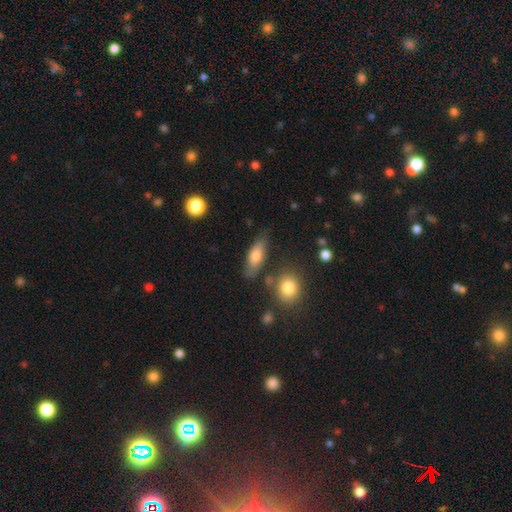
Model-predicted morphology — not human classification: Smooth or featured? Predicted: smooth (p=0.69). How rounded? Predicted: in between (p=0.68). Merging? Predicted: none (p=0.71).